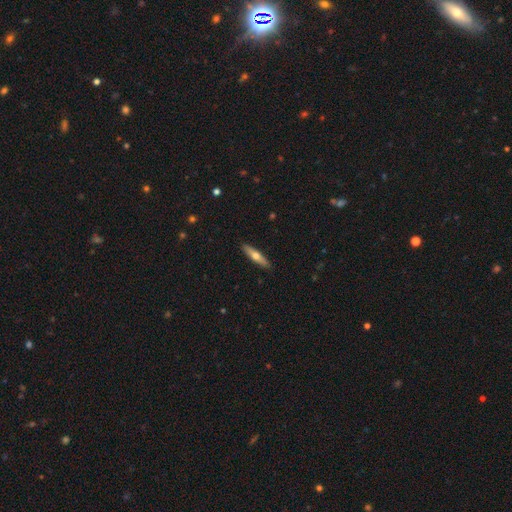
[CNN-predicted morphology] smooth-or-featured: smooth: 51% | featured or disk: 44% | star or artifact: 6%
  how-rounded: cigar-shaped: 82% | in between: 16% | round: 2%
  merging: none: 91% | minor disturbance: 7% | major disturbance: 1% | merger: 1%